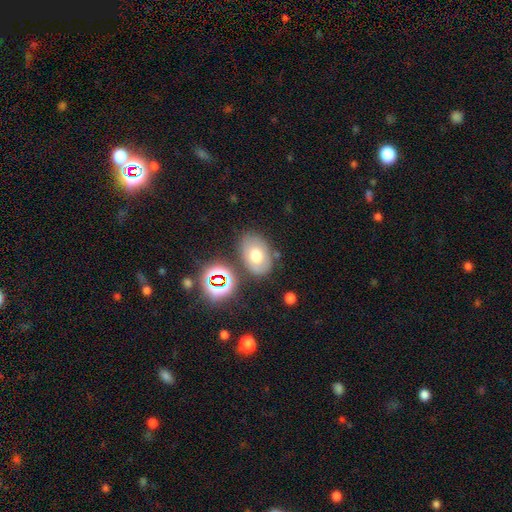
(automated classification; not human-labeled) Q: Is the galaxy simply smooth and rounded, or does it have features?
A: smooth — 65%.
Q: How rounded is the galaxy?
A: in between — 79%.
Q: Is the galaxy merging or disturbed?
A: none — 74%.